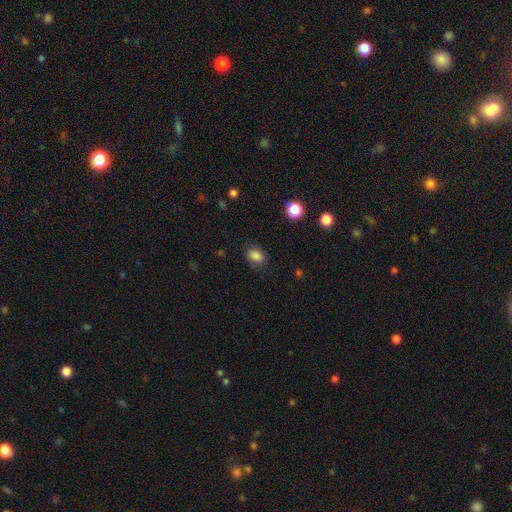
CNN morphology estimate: A smooth galaxy with no disk features (82%) that is in between round and cigar-shaped (61%). Merging: none (76%).